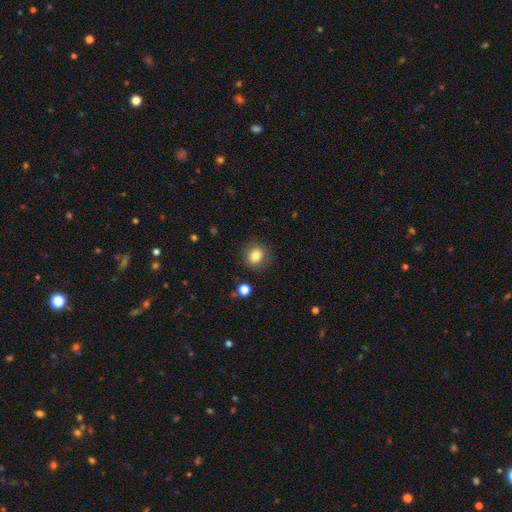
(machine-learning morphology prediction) smooth-or-featured: smooth: 83% | star or artifact: 11% | featured or disk: 6%
  how-rounded: round: 79% | in between: 20% | cigar-shaped: 1%
  merging: none: 85% | minor disturbance: 10% | major disturbance: 3% | merger: 2%